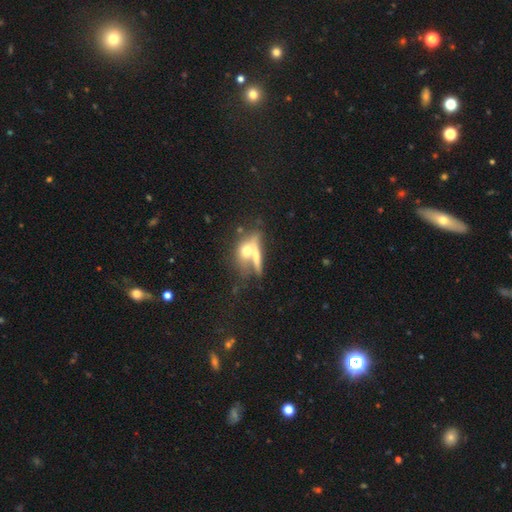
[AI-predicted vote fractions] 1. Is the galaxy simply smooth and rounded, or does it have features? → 58% smooth, 32% featured or disk, 10% star or artifact.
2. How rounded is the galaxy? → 42% in between, 30% round, 28% cigar-shaped.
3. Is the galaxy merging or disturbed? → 49% merger, 32% none, 10% minor disturbance, 9% major disturbance.